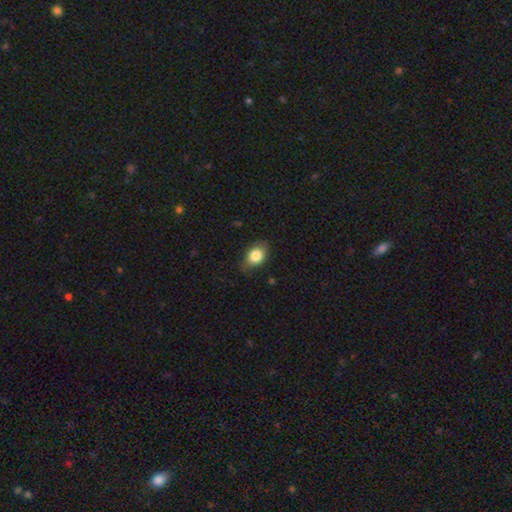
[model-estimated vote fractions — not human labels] Smooth or featured? Predicted: smooth (p=0.81). How rounded? Predicted: in between (p=0.76). Merging? Predicted: none (p=0.73).